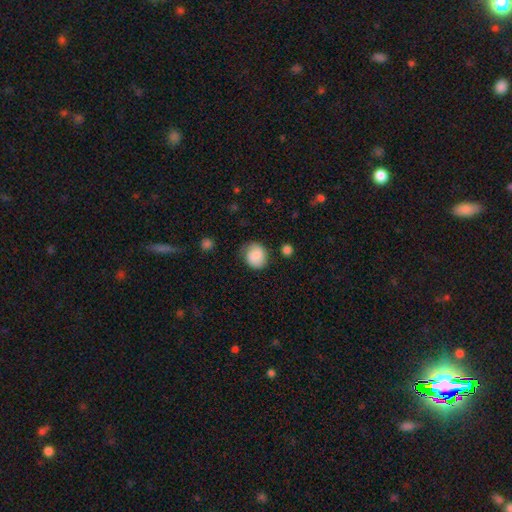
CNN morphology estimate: Smooth or featured? Predicted: smooth (p=0.80). How rounded? Predicted: round (p=0.73). Merging? Predicted: none (p=0.69).